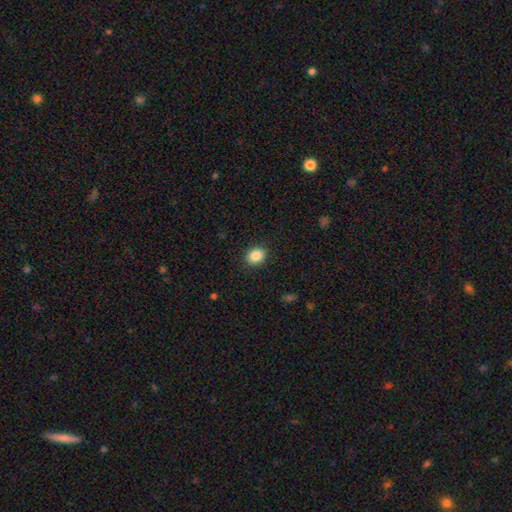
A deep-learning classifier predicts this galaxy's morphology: This is clearly a smooth galaxy (87%). How rounded: possibly round (53%). Merging: clearly none (89%).